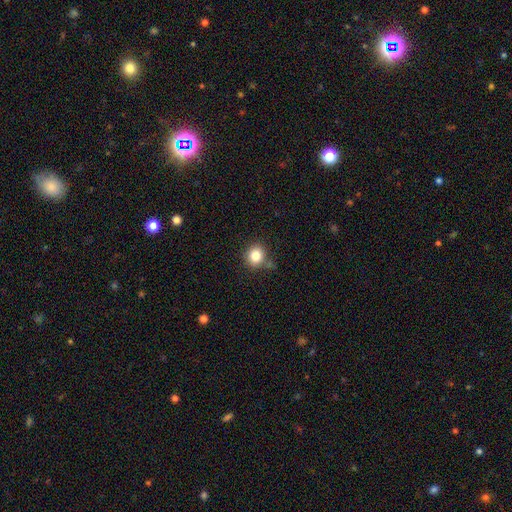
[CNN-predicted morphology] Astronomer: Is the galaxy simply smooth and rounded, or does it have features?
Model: smooth — 83%.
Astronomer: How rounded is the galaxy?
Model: round — 80%.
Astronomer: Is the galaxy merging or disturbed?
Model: none — 78%.